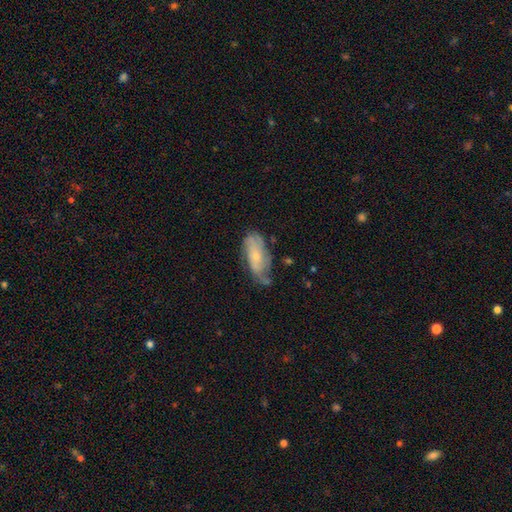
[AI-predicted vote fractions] A featured or disk galaxy (57%) with no bar (70%), spiral arms (79%) and a small central bulge (66%). Merging: none (54%).